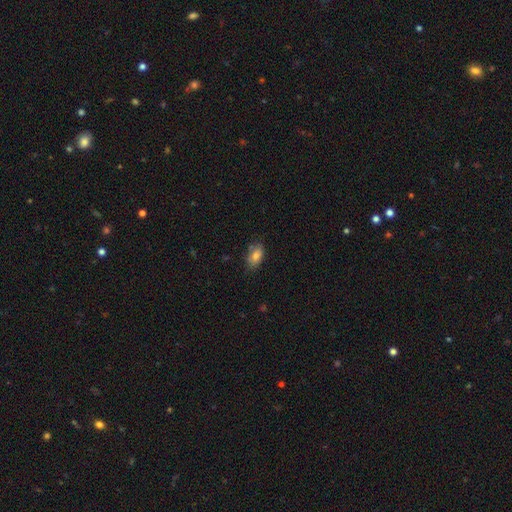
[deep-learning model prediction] Smooth or featured? Predicted: smooth (p=0.82). How rounded? Predicted: in between (p=0.90). Merging? Predicted: none (p=0.73).